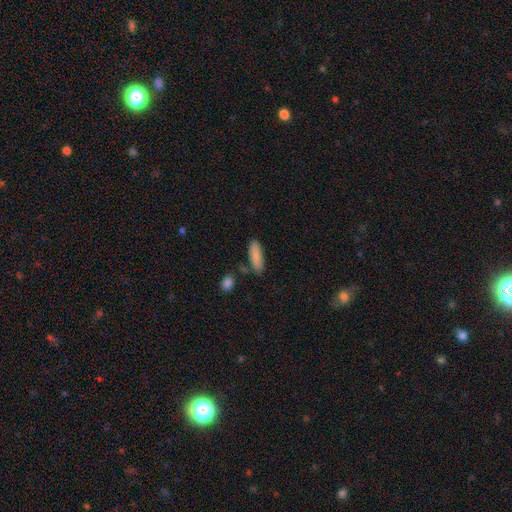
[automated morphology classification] This appears to be a smooth galaxy with no disk features (87%) that is in between round and cigar-shaped (58%). Merging: none (78%).